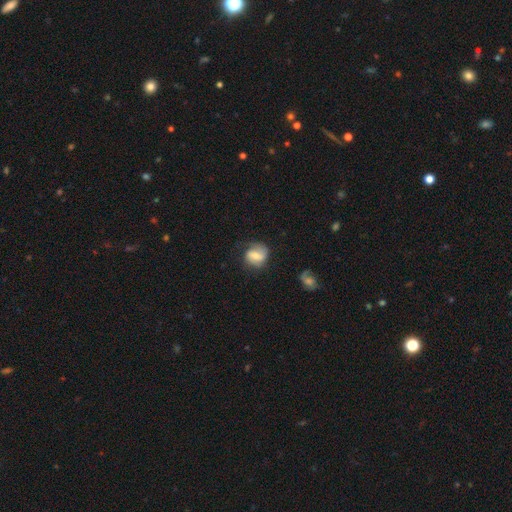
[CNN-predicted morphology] This is possibly a featured or disk galaxy (57%). It is clearly not viewed edge-on (97%). Bar: possibly weak (49%). Spiral arm pattern: clearly yes (87%). Central bulge: marginally moderate (42%). Merging: likely none (62%).